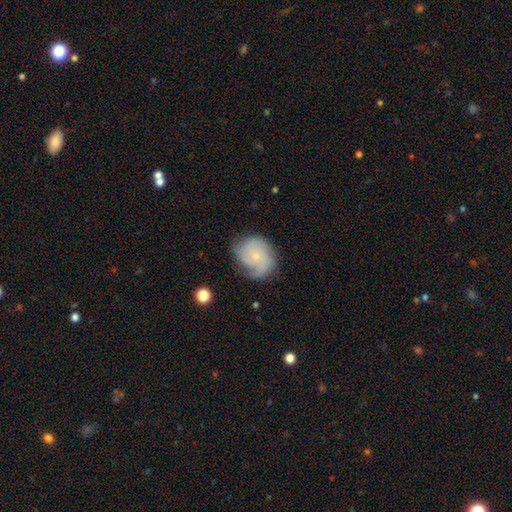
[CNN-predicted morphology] Overall: featured or disk (58%; smooth 34%). Edge-on disk: no (98%). Bar: no (78%). Spiral arms: yes (87%). Bulge size: small (77%). Merging: none (58%; minor disturbance 27%).